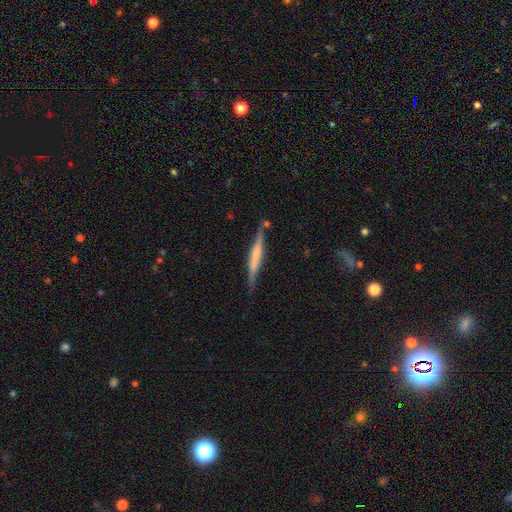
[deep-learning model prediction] smooth_or_featured: featured or disk (p=0.59) [alt: smooth p=0.36]
disk_edge_on: yes (p=0.96) [alt: no p=0.04]
edge_on_bulge: none (p=0.37) [alt: boxy p=0.34]
merging: none (p=0.79) [alt: minor disturbance p=0.14]